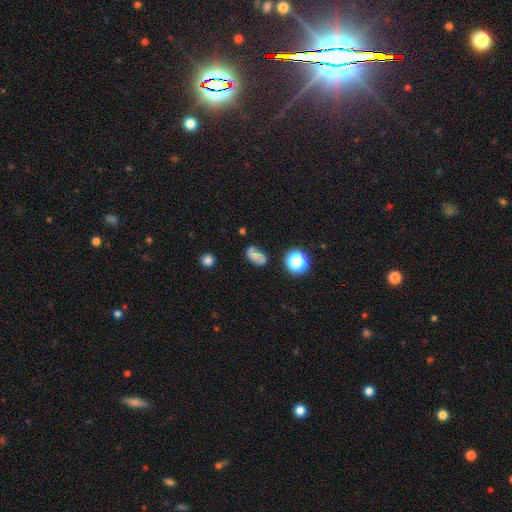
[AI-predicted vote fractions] smooth-or-featured: smooth: 53% | featured or disk: 32% | star or artifact: 16%
  how-rounded: in between: 81% | round: 16% | cigar-shaped: 2%
  merging: none: 66% | minor disturbance: 22% | major disturbance: 7% | merger: 4%